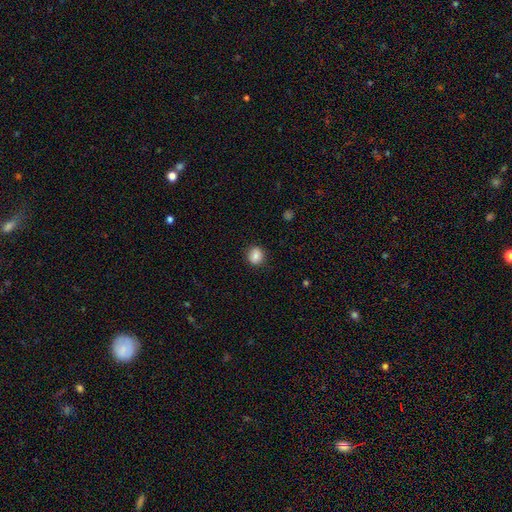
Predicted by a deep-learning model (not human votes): Smooth or featured?
  - smooth: 84% *
  - star or artifact: 9%
  - featured or disk: 7%
How rounded?
  - round: 76% *
  - in between: 23%
  - cigar-shaped: 1%
Merging?
  - none: 87% *
  - minor disturbance: 9%
  - major disturbance: 3%
  - merger: 1%